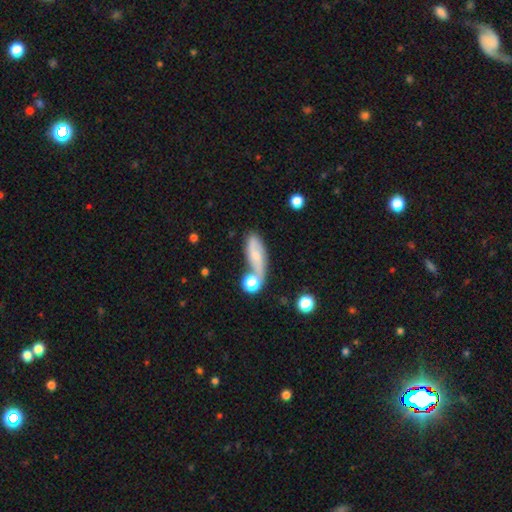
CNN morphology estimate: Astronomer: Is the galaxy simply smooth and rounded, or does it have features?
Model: featured or disk — 46% (runner-up: smooth, 45%).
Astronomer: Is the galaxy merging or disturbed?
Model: none — 50%.